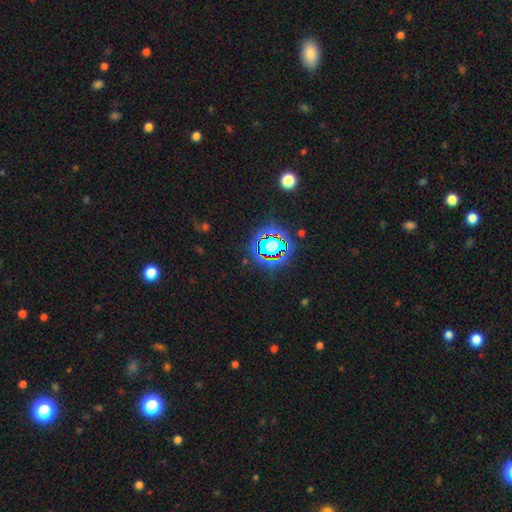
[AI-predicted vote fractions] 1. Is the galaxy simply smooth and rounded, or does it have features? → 82% star or artifact, 11% smooth, 7% featured or disk.